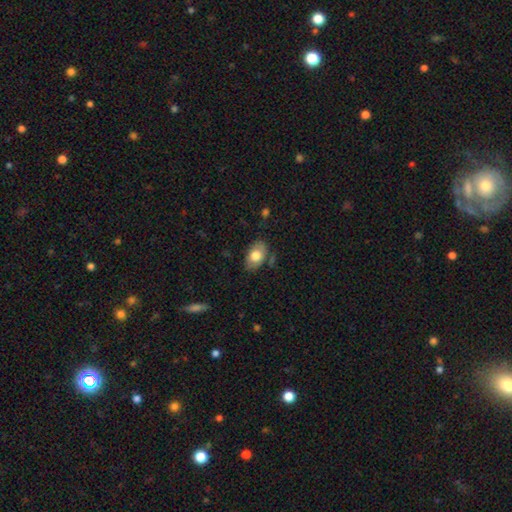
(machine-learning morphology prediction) This appears to be a smooth galaxy with no disk features (75%) that is in between round and cigar-shaped (91%). Merging: none (78%).